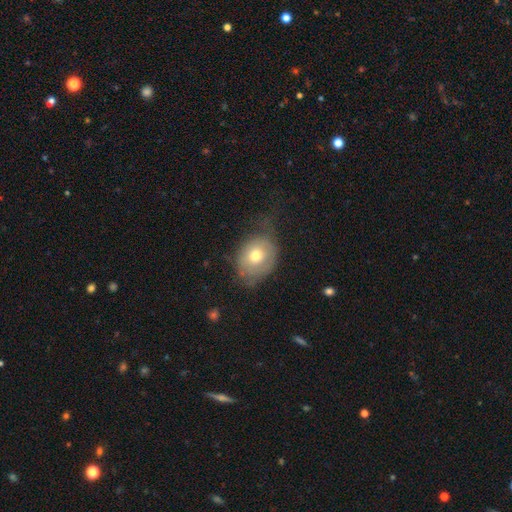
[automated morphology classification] smooth-or-featured: smooth: 68% | featured or disk: 22% | star or artifact: 9%
  how-rounded: round: 56% | in between: 43% | cigar-shaped: 1%
  merging: none: 44% | minor disturbance: 34% | major disturbance: 20% | merger: 2%